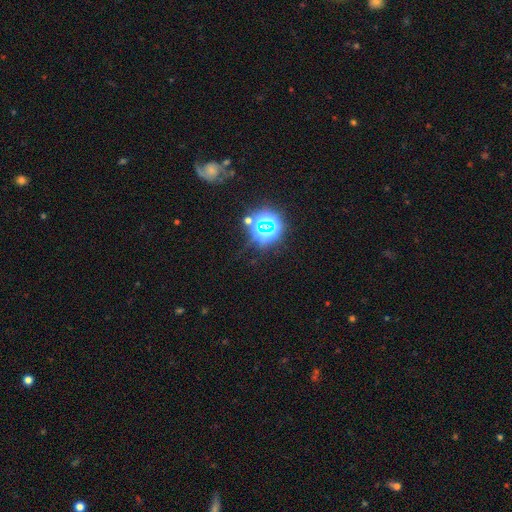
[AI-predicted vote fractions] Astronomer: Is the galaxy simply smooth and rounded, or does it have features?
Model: star or artifact — 75%.